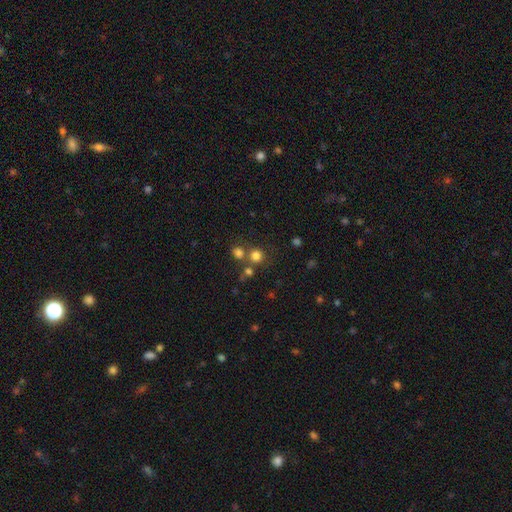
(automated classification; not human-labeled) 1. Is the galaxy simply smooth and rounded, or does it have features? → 76% smooth, 16% star or artifact, 7% featured or disk.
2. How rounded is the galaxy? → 90% round, 9% in between, 1% cigar-shaped.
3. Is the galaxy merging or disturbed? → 64% none, 24% merger, 7% minor disturbance, 4% major disturbance.